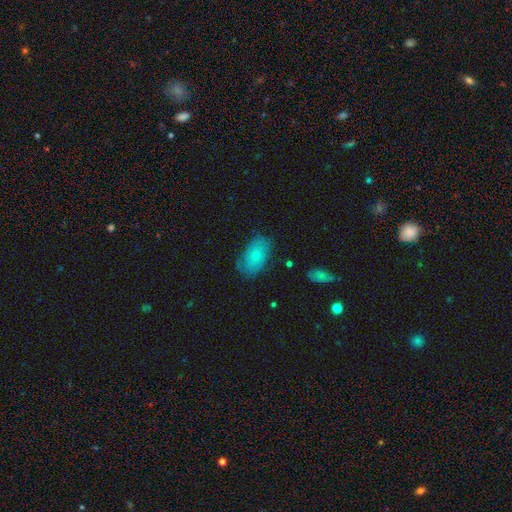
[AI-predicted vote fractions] smooth-or-featured: smooth: 65% | featured or disk: 28% | star or artifact: 7%
  how-rounded: in between: 91% | round: 7% | cigar-shaped: 2%
  merging: none: 69% | minor disturbance: 23% | major disturbance: 7% | merger: 2%